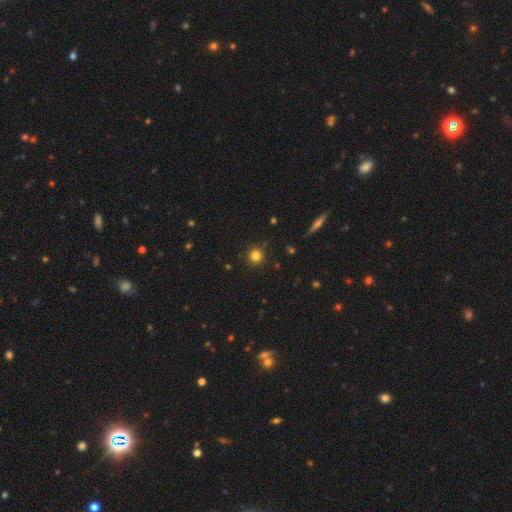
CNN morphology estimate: A smooth galaxy with no disk features (81%) that is round (94%).

Vote fractions:
- Smooth or featured? smooth: 81% / star or artifact: 14% / featured or disk: 5%
- How rounded? round: 94% / in between: 5% / cigar-shaped: 1%
- Merging? none: 90% / minor disturbance: 6% / major disturbance: 2% / merger: 2%